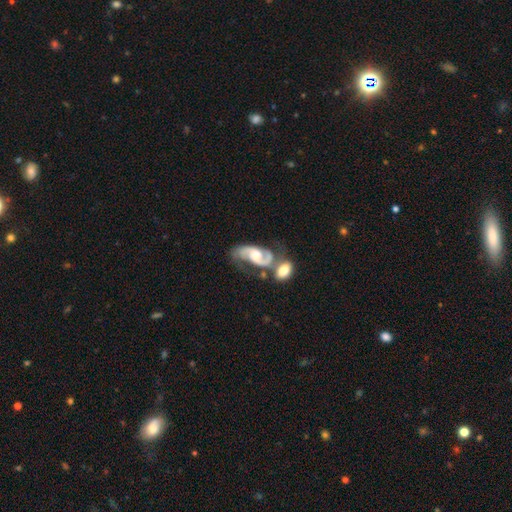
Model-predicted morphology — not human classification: Q: Smooth or featured?
A: featured or disk (86%); runner-up: smooth (9%)
Q: Edge-on disk?
A: no (97%); runner-up: yes (3%)
Q: Bar?
A: no (50%); runner-up: weak (39%)
Q: Spiral arms?
A: yes (96%); runner-up: no (4%)
Q: Spiral winding?
A: medium (55%); runner-up: loose (28%)
Q: Spiral arm count?
A: 2 (91%); runner-up: can't tell (3%)
Q: Bulge size?
A: moderate (57%); runner-up: small (21%)
Q: Merging?
A: merger (37%); tied with: none (37%)